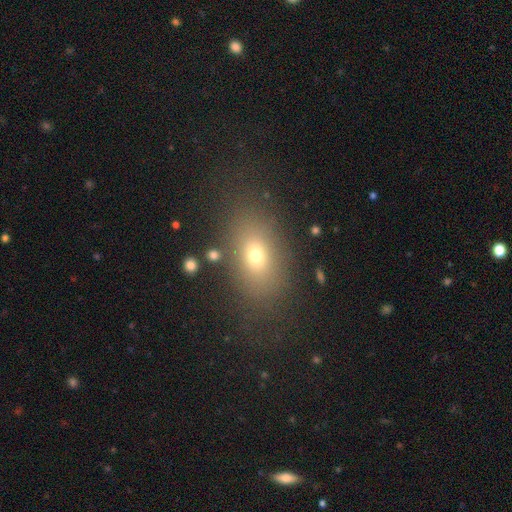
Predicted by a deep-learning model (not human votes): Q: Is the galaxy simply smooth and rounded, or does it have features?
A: smooth — 67%.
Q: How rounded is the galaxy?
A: in between — 78%.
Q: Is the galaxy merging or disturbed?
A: none — 76%.